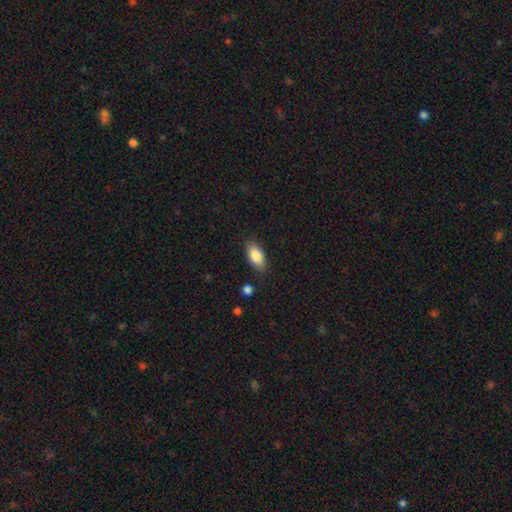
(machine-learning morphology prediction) Overall: smooth (84%). How rounded: in between (89%). Merging: none (83%).